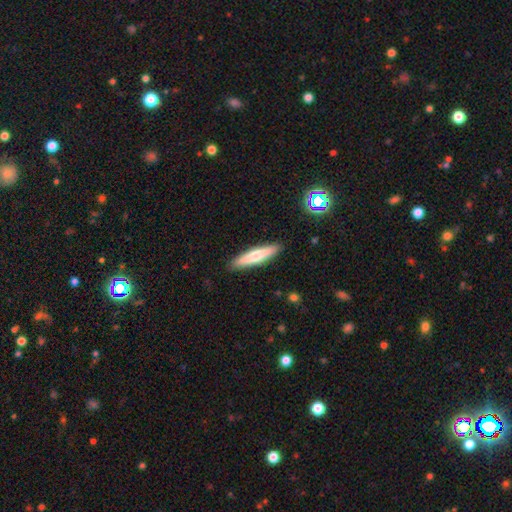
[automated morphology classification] This is likely a smooth galaxy (64%). How rounded: clearly cigar-shaped (82%). Merging: clearly none (90%).